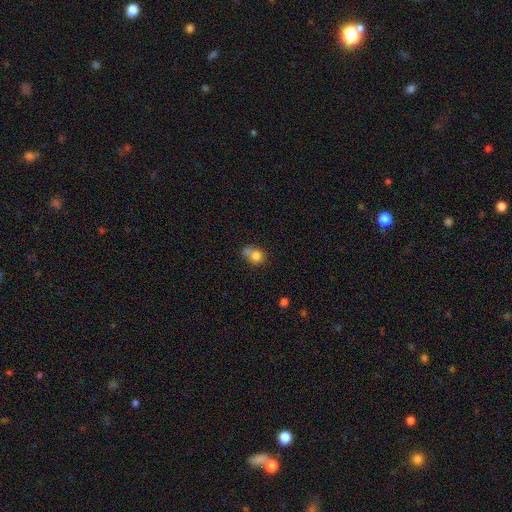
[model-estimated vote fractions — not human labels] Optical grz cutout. It shows a smooth galaxy with no disk features (78%) that is round (72%). Merging: none (40%).